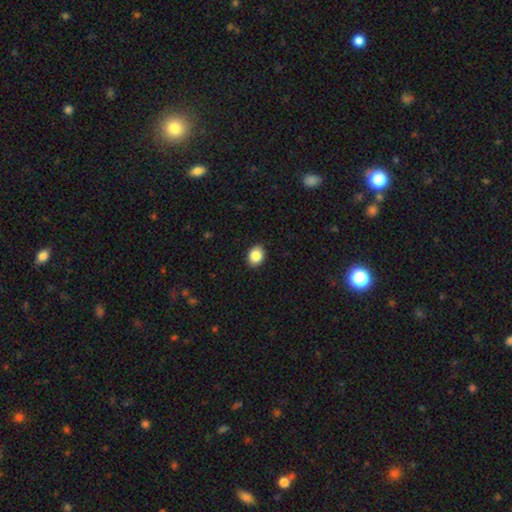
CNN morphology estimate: Smooth or featured: smooth — 88% (star or artifact — 8%)
How rounded: in between — 63% (round — 36%)
Merging: none — 90% (minor disturbance — 7%)